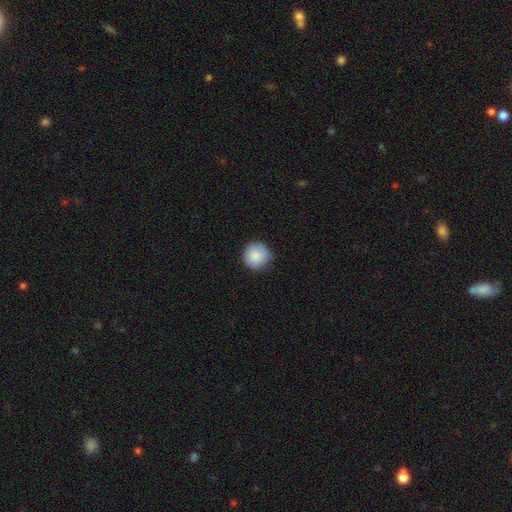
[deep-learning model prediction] A smooth galaxy with no disk features (87%) that is round (94%).

Vote fractions:
- Smooth or featured? smooth: 87% / star or artifact: 7% / featured or disk: 6%
- How rounded? round: 94% / in between: 5% / cigar-shaped: 1%
- Merging? none: 83% / minor disturbance: 13% / major disturbance: 2% / merger: 1%